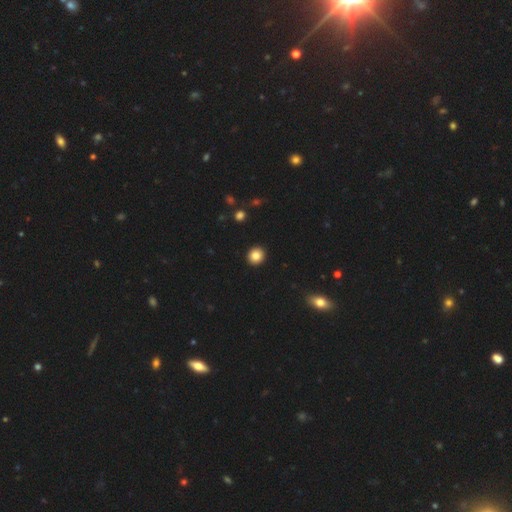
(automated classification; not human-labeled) smooth-or-featured: smooth: 85% | star or artifact: 10% | featured or disk: 5%
  how-rounded: round: 86% | in between: 13% | cigar-shaped: 1%
  merging: none: 93% | minor disturbance: 5% | major disturbance: 2% | merger: 1%